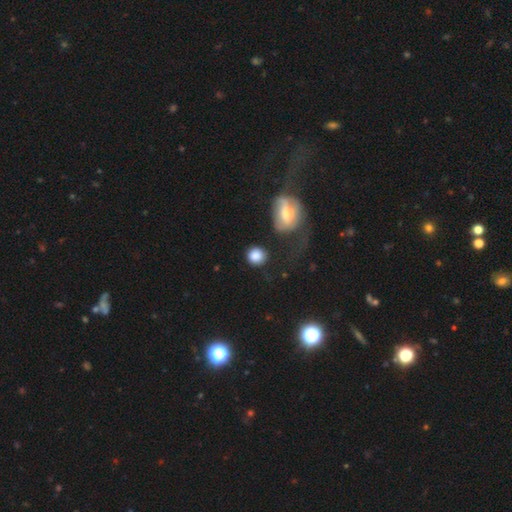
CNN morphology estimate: Smooth or featured: smooth — 85% (star or artifact — 8%)
How rounded: round — 89% (in between — 10%)
Merging: none — 73% (minor disturbance — 13%)